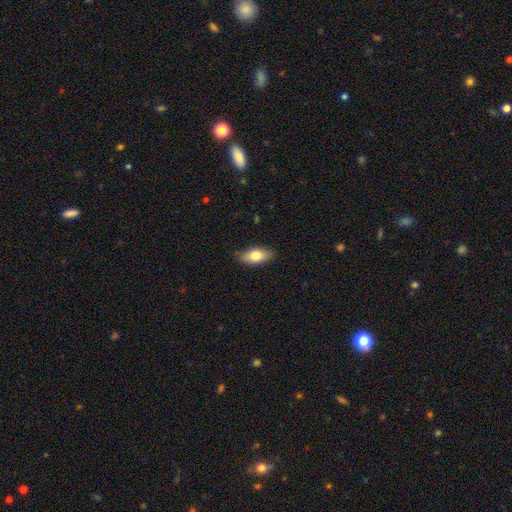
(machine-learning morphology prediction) Smooth or featured: smooth — 76% (featured or disk — 17%)
How rounded: in between — 87% (cigar-shaped — 8%)
Merging: none — 85% (minor disturbance — 12%)